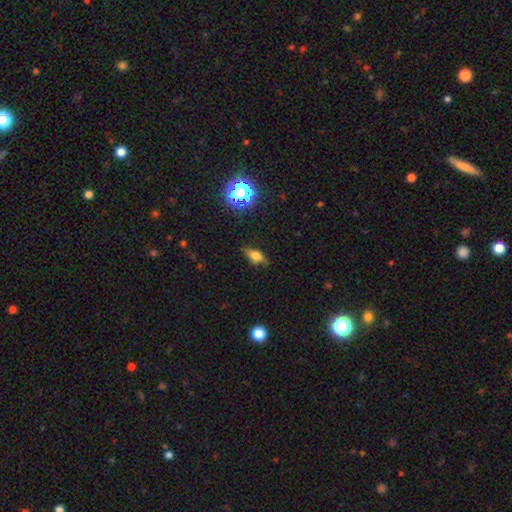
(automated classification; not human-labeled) This appears to be a smooth galaxy with no disk features (49%). Merging: none (76%).